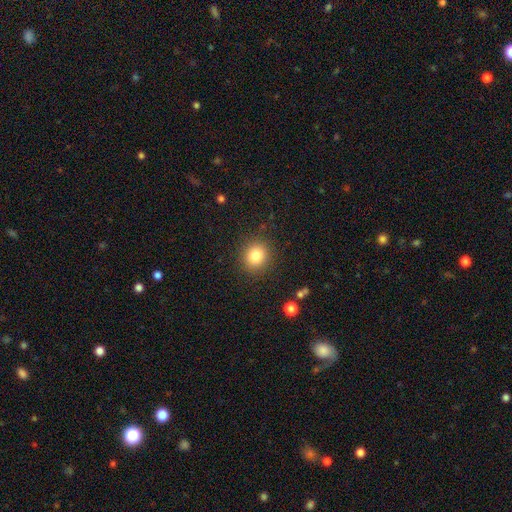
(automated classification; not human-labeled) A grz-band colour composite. It shows a smooth galaxy with no disk features (83%) that is round (82%). Merging: none (89%).